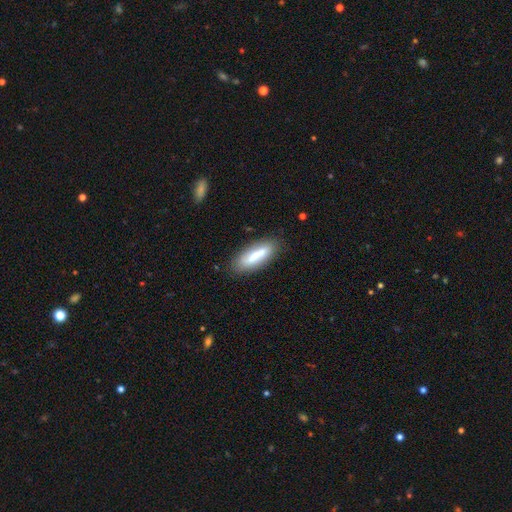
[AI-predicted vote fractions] smooth_or_featured: smooth (p=0.64) [alt: featured or disk p=0.29]
how_rounded: in between (p=0.53) [alt: cigar-shaped p=0.45]
merging: none (p=0.78) [alt: minor disturbance p=0.14]